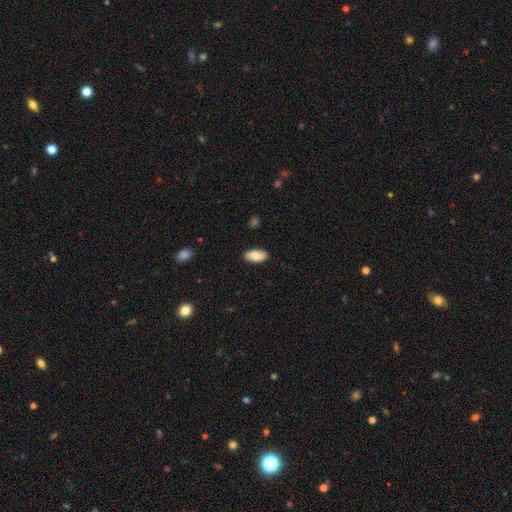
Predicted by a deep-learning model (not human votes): Smooth or featured?
  - smooth: 82% *
  - featured or disk: 12%
  - star or artifact: 6%
How rounded?
  - in between: 91% *
  - cigar-shaped: 7%
  - round: 2%
Merging?
  - none: 88% *
  - minor disturbance: 9%
  - major disturbance: 2%
  - merger: 1%